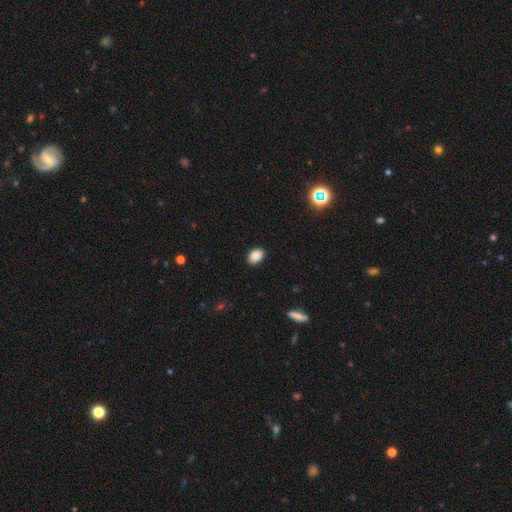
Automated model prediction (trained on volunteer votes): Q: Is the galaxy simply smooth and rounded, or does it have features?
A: smooth — 89%.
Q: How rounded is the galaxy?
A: in between — 78%.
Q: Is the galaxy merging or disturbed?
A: none — 89%.